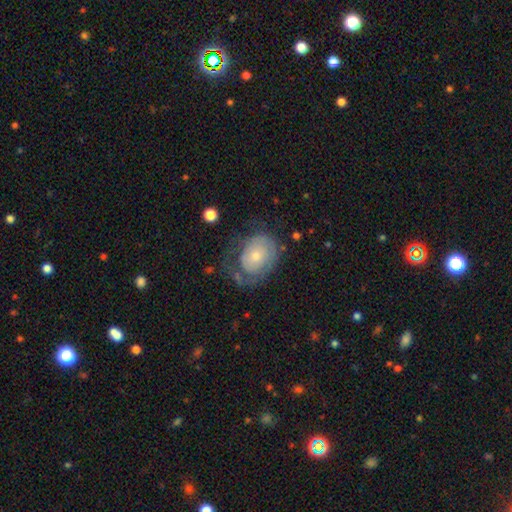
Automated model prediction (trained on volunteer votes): Smooth or featured? Predicted: featured or disk (p=0.49). Merging? Predicted: none (p=0.42).